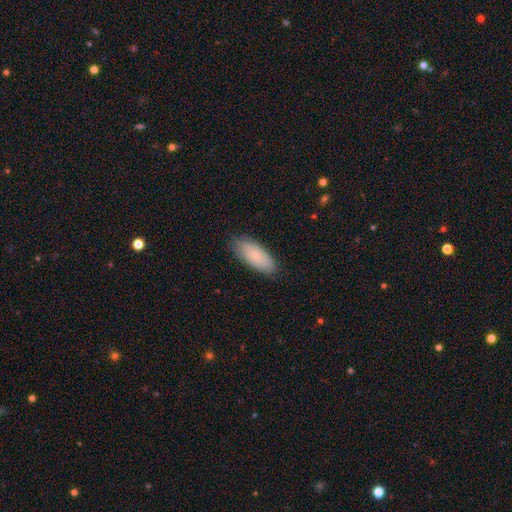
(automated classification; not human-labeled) The model was most divided on "merging": none: 83%, minor disturbance: 14%, major disturbance: 3%, merger: 1%. More confident: how rounded — in between (85%); smooth or featured — smooth (82%).